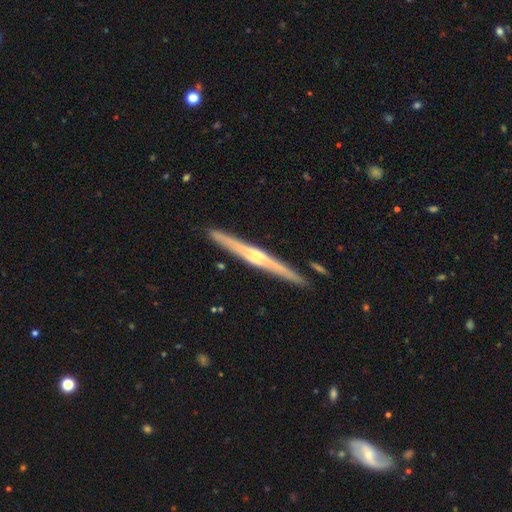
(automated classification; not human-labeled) Smooth or featured? featured or disk (79%)
Edge-on disk? yes (98%)
Edge-on bulge? rounded (76%)
Merging? none (90%)